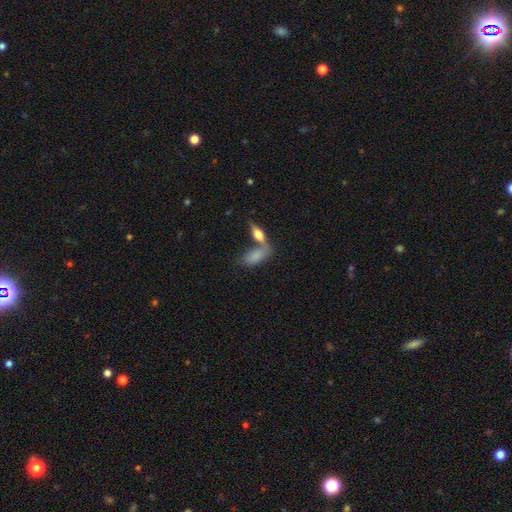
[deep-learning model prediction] This appears to be a smooth galaxy with no disk features (79%) that is in between round and cigar-shaped (80%). Merging: merger (49%).